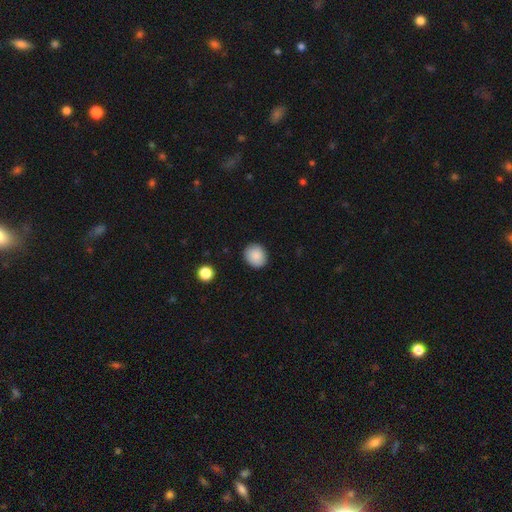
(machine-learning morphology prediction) This appears to be a smooth galaxy with no disk features (89%) that is round (76%). Merging: none (89%).